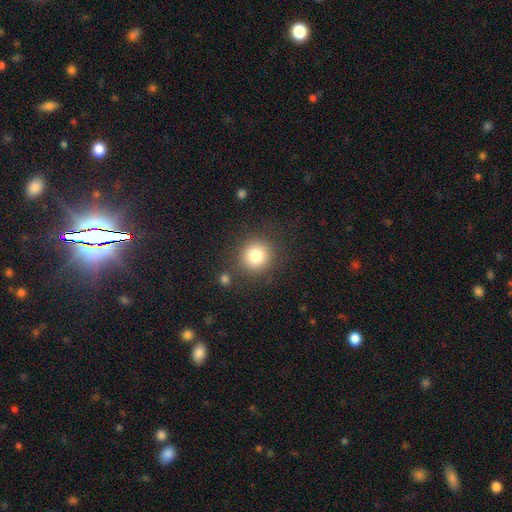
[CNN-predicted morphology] Overall: smooth (81%). How rounded: round (91%). Merging: none (84%).